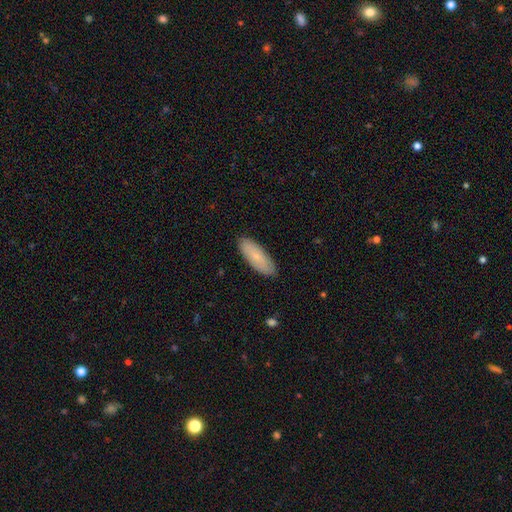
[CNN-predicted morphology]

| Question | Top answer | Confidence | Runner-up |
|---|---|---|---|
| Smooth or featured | smooth | 72% | featured or disk (21%) |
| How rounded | in between | 64% | cigar-shaped (34%) |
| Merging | none | 88% | minor disturbance (9%) |